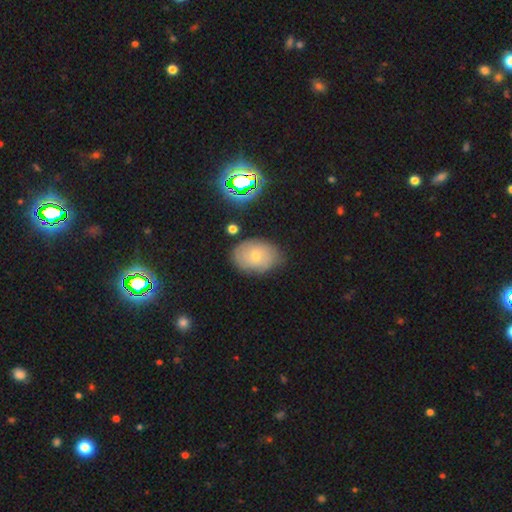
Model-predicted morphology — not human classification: A smooth galaxy with no disk features (52%) that is in between round and cigar-shaped (77%). Merging: none (78%).